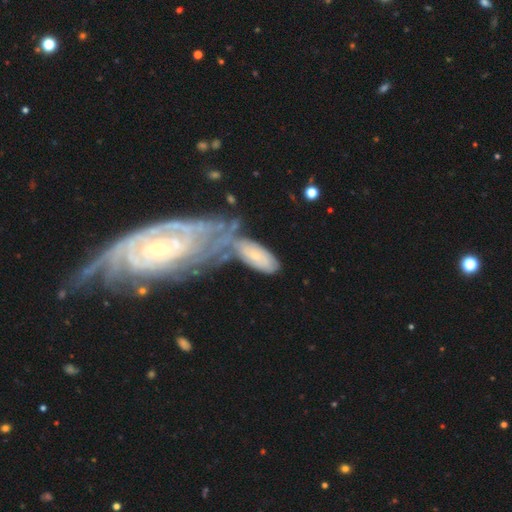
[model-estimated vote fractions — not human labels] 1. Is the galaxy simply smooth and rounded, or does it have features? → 55% featured or disk, 37% smooth, 8% star or artifact.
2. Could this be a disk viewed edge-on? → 90% no, 10% yes.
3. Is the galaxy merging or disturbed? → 40% merger, 34% none, 17% minor disturbance, 9% major disturbance.